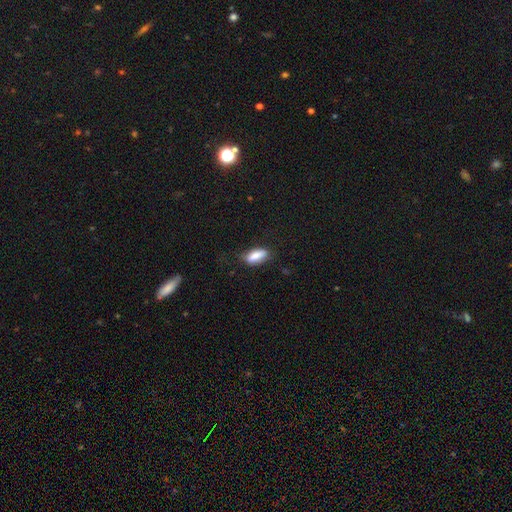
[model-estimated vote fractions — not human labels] This appears to be a smooth galaxy with no disk features (82%) that is in between round and cigar-shaped (72%). Merging: none (72%).